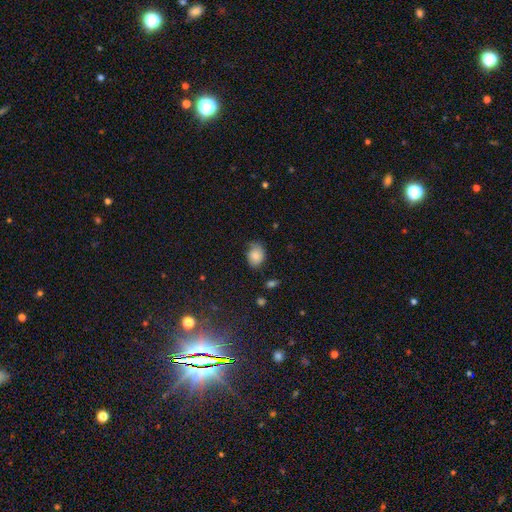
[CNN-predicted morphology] Smooth or featured? smooth (77%)
How rounded? in between (63%)
Merging? none (55%)